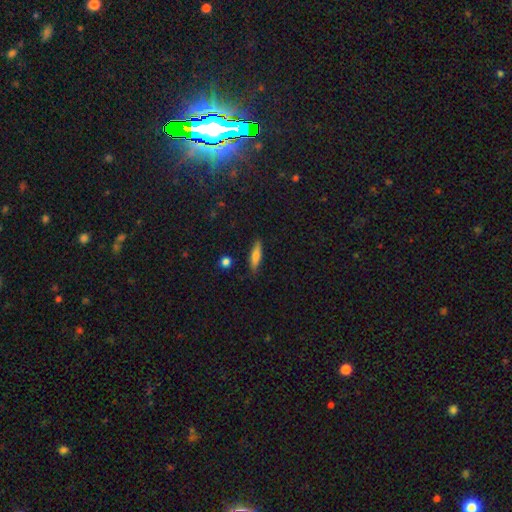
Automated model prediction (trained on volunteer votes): A smooth galaxy with no disk features (71%) that is cigar-shaped (72%).

Vote fractions:
- Smooth or featured? smooth: 71% / featured or disk: 22% / star or artifact: 7%
- How rounded? cigar-shaped: 72% / in between: 26% / round: 2%
- Merging? none: 86% / minor disturbance: 10% / major disturbance: 2% / merger: 2%